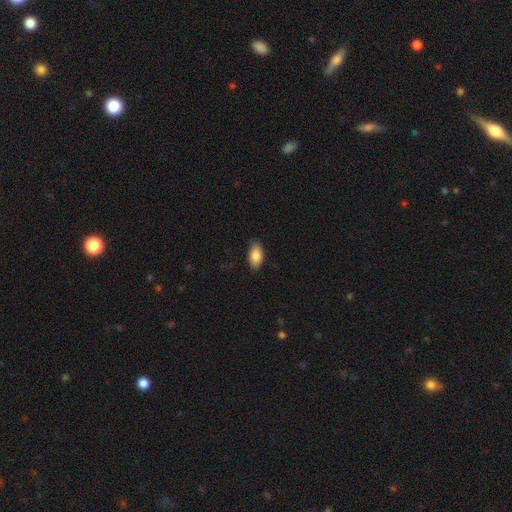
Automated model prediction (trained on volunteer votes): Smooth or featured? Predicted: smooth (p=0.85). How rounded? Predicted: in between (p=0.93). Merging? Predicted: none (p=0.79).